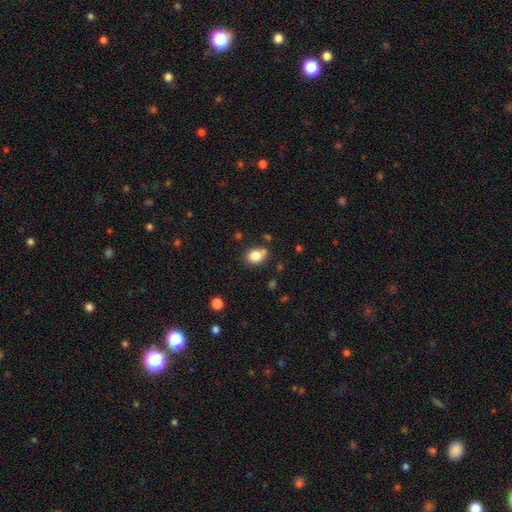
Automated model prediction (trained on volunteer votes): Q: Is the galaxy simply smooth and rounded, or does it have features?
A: smooth — 82%.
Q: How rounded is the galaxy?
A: round — 55%.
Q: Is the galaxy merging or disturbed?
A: none — 69%.